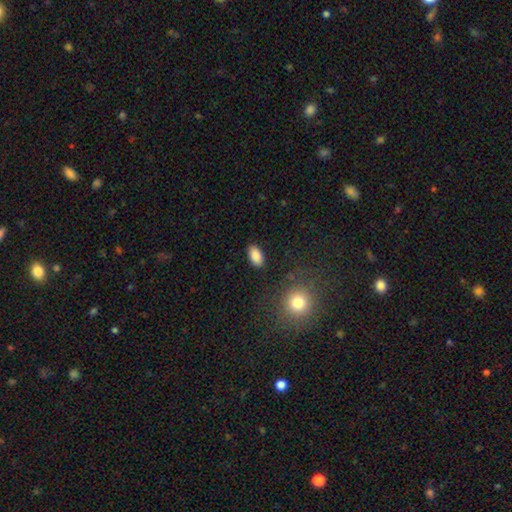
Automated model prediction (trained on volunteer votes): A smooth galaxy with no disk features (87%) that is in between round and cigar-shaped (93%). Merging: none (87%).